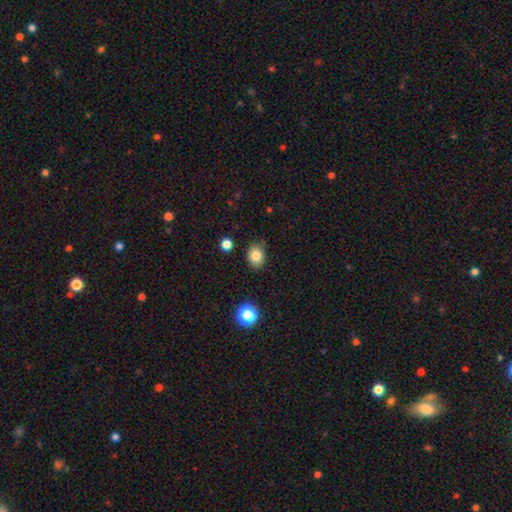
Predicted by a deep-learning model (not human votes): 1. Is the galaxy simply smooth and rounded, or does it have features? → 83% smooth, 11% star or artifact, 7% featured or disk.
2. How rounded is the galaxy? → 55% in between, 44% round, 1% cigar-shaped.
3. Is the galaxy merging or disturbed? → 83% none, 12% minor disturbance, 3% merger, 2% major disturbance.